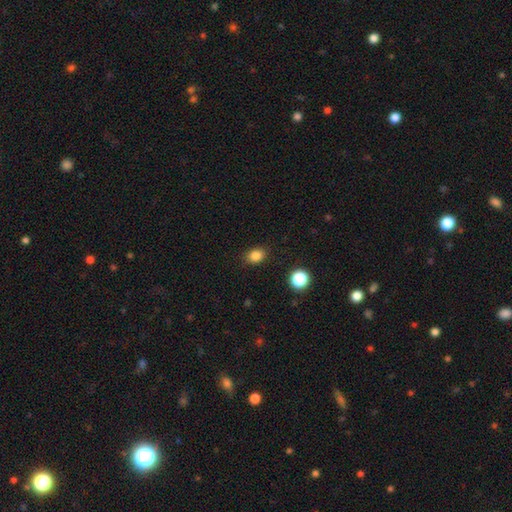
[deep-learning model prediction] The model was most divided on "how rounded": in between: 59%, round: 40%, cigar-shaped: 1%. More confident: merging — none (87%); smooth or featured — smooth (84%).